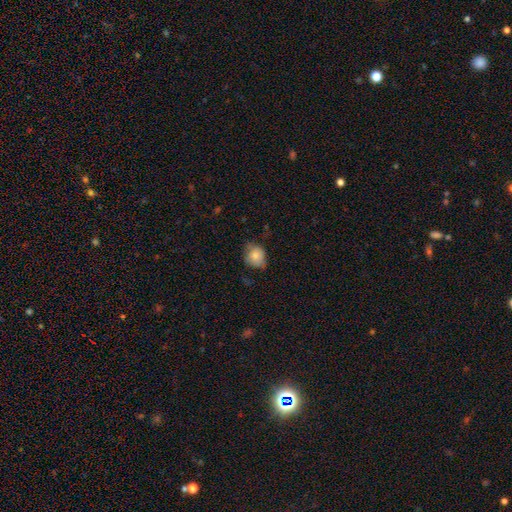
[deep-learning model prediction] smooth-or-featured: smooth: 80% | featured or disk: 12% | star or artifact: 8%
  how-rounded: round: 67% | in between: 32% | cigar-shaped: 1%
  merging: none: 57% | minor disturbance: 34% | major disturbance: 8% | merger: 1%